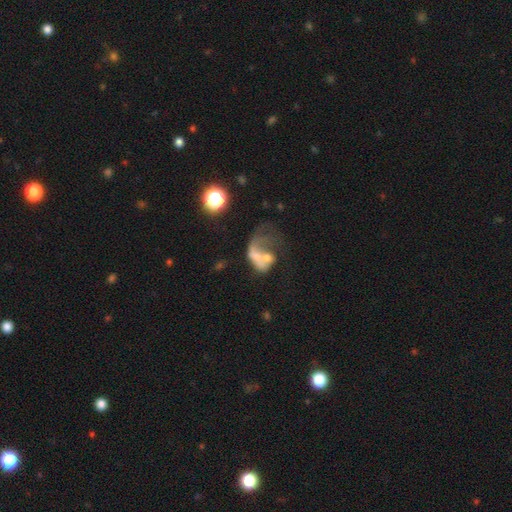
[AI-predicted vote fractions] Q: Smooth or featured?
A: featured or disk (51%); runner-up: smooth (37%)
Q: Edge-on disk?
A: no (97%); runner-up: yes (3%)
Q: Merging?
A: major disturbance (43%); runner-up: merger (36%)